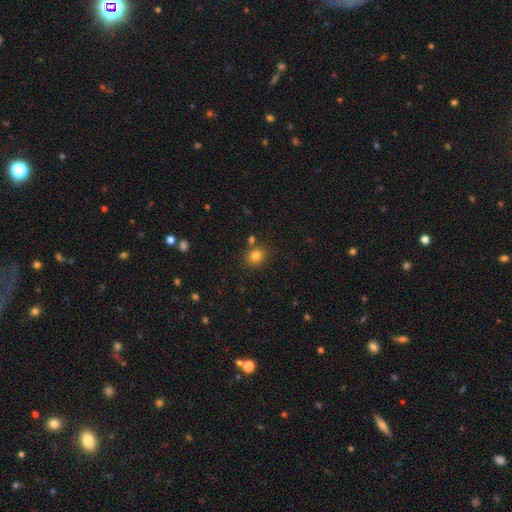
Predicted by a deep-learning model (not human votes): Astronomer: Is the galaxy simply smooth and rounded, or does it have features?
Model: smooth — 81%.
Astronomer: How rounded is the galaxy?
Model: round — 70%.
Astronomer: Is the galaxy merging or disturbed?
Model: none — 76%.